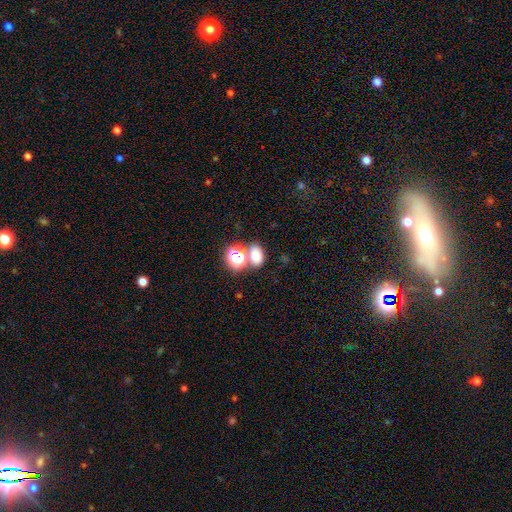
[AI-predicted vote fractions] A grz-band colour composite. It shows a smooth galaxy with no disk features (73%) that is in between round and cigar-shaped (69%). Merging: none (59%).